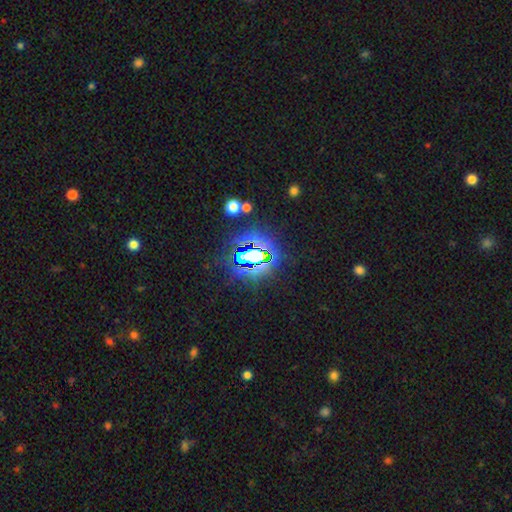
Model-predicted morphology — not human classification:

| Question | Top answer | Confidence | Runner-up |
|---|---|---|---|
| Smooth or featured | star or artifact | 73% | smooth (16%) |